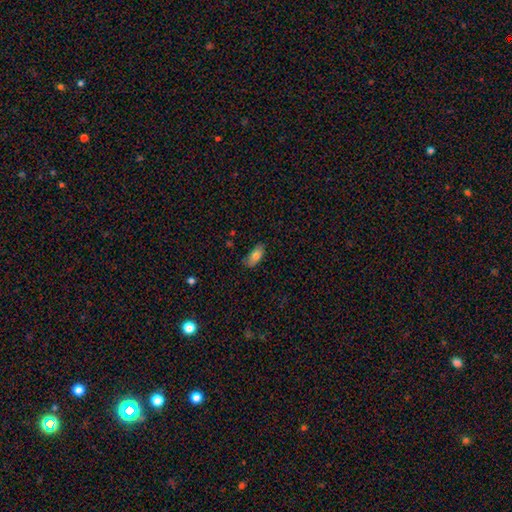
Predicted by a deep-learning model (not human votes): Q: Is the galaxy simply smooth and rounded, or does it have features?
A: smooth — 78%.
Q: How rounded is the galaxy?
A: in between — 87%.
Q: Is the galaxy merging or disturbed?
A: none — 77%.